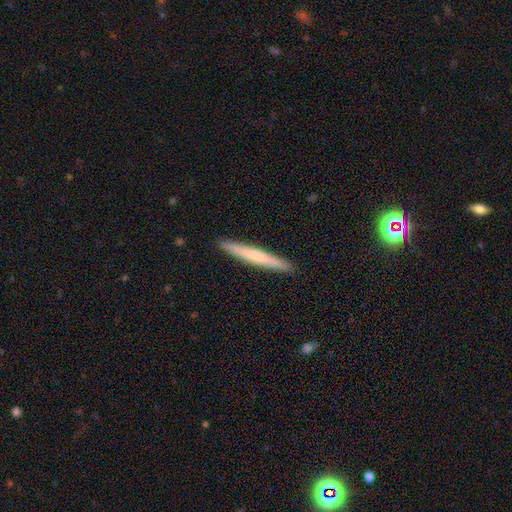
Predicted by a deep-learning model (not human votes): The model was most divided on "smooth or featured": smooth: 60%, featured or disk: 34%, star or artifact: 5%. More confident: how rounded — cigar-shaped (97%); merging — none (92%).